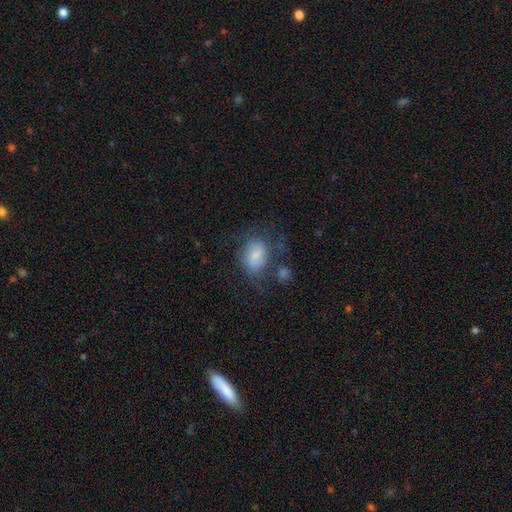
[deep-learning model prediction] This appears to be a smooth galaxy with no disk features (66%) that is in between round and cigar-shaped (71%). Merging: none (41%).